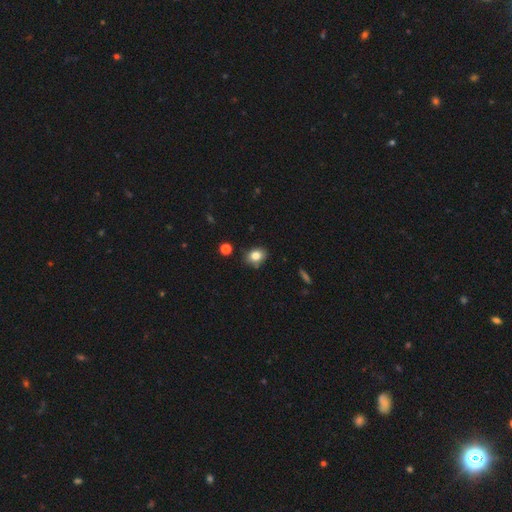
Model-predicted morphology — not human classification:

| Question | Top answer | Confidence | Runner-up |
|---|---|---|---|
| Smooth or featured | smooth | 81% | star or artifact (10%) |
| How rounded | in between | 53% | round (46%) |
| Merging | none | 79% | minor disturbance (15%) |